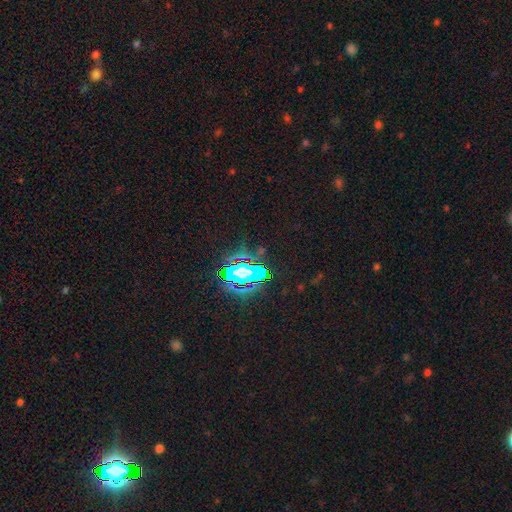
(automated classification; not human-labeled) star or artifact 80%, smooth 12%, featured or disk 8%.